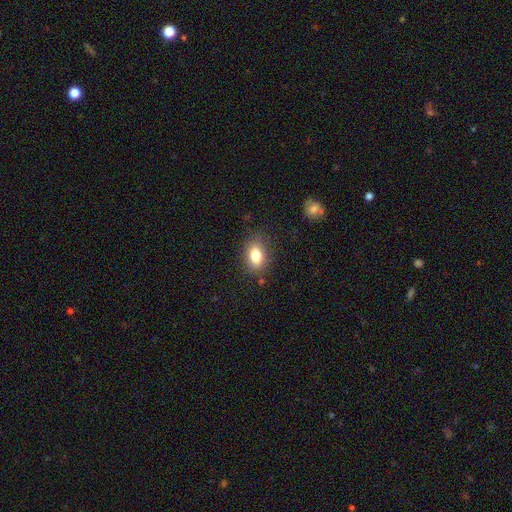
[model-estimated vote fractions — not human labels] smooth 81%, featured or disk 10%, star or artifact 9%. Down the decision tree: how rounded — in between (80%); merging — none (81%).